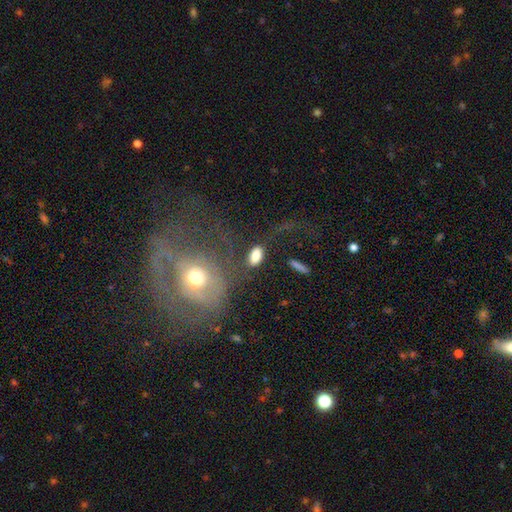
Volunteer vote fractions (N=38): Overall: smooth (87%). How rounded: in between (94%). Merging: none (62%).